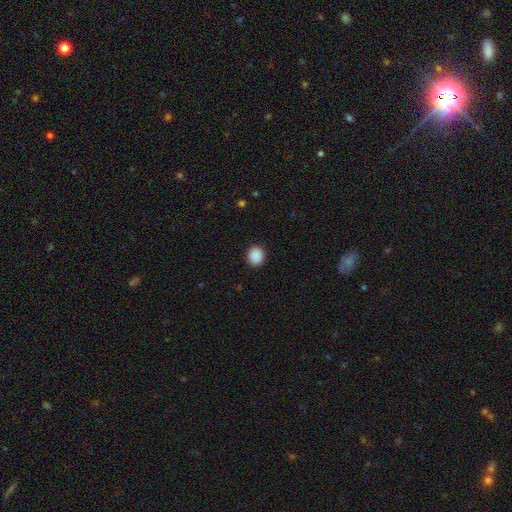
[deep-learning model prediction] The model was most divided on "how rounded": round: 79%, in between: 20%, cigar-shaped: 1%. More confident: merging — none (91%); smooth or featured — smooth (90%).